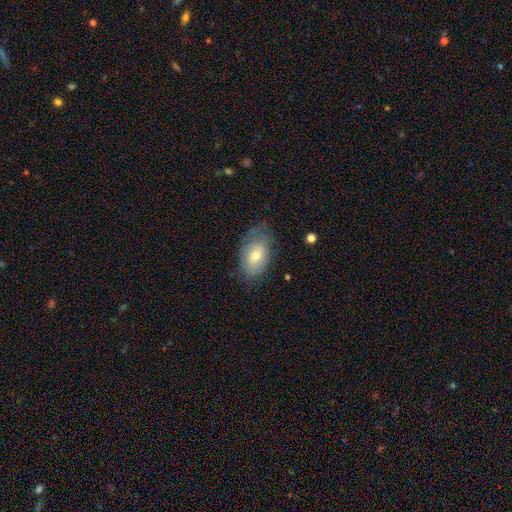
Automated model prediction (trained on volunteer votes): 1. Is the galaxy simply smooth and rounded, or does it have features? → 61% smooth, 32% featured or disk, 8% star or artifact.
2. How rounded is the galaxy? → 90% in between, 9% round, 2% cigar-shaped.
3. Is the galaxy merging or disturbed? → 66% none, 25% minor disturbance, 8% major disturbance, 1% merger.